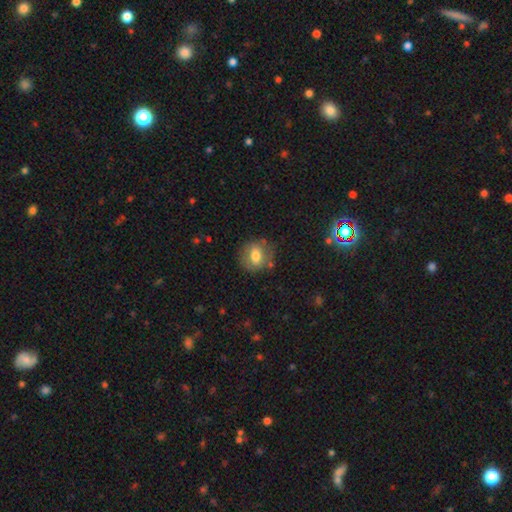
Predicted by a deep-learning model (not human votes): Smooth or featured? Predicted: smooth (p=0.69). How rounded? Predicted: round (p=0.65). Merging? Predicted: none (p=0.73).